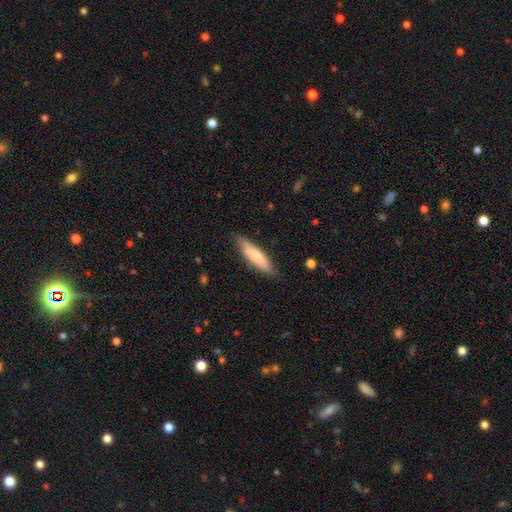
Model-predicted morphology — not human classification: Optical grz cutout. It shows a smooth galaxy with no disk features (67%) that is cigar-shaped (72%). Merging: none (80%).